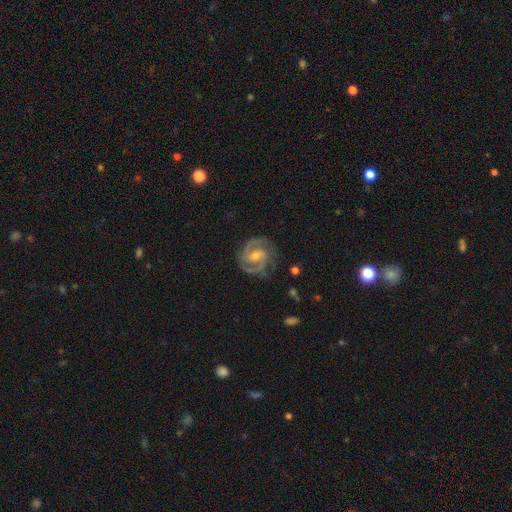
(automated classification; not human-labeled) Smooth or featured? Predicted: featured or disk (p=0.91). Edge-on disk? Predicted: no (p=0.98). Bar? Predicted: weak (p=0.46). Spiral arms? Predicted: yes (p=0.98). Spiral winding? Predicted: medium (p=0.47). Spiral arm count? Predicted: 2 (p=0.81). Bulge size? Predicted: small (p=0.49). Merging? Predicted: none (p=0.79).